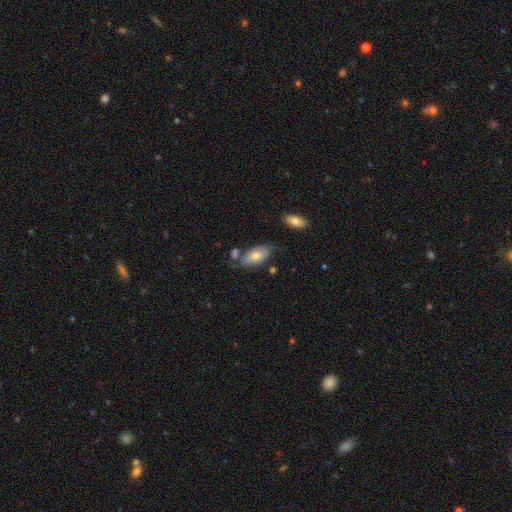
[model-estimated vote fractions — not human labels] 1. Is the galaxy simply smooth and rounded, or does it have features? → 66% smooth, 27% featured or disk, 7% star or artifact.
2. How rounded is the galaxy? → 88% in between, 9% cigar-shaped, 2% round.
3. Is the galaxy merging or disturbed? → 63% none, 21% minor disturbance, 10% merger, 6% major disturbance.